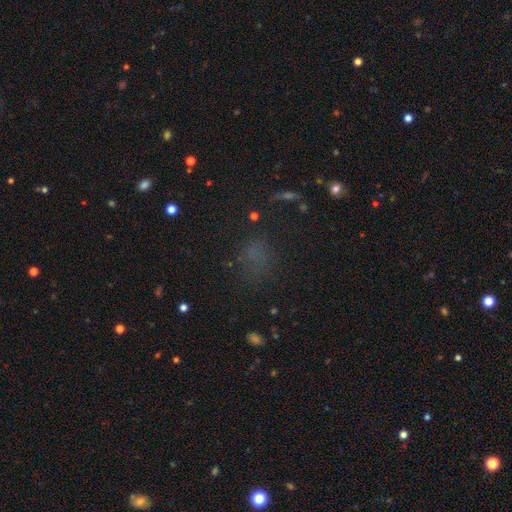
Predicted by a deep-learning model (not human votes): smooth_or_featured: smooth (p=0.55) [alt: star or artifact p=0.34]
how_rounded: round (p=0.53) [alt: in between p=0.44]
merging: none (p=0.63) [alt: minor disturbance p=0.17]